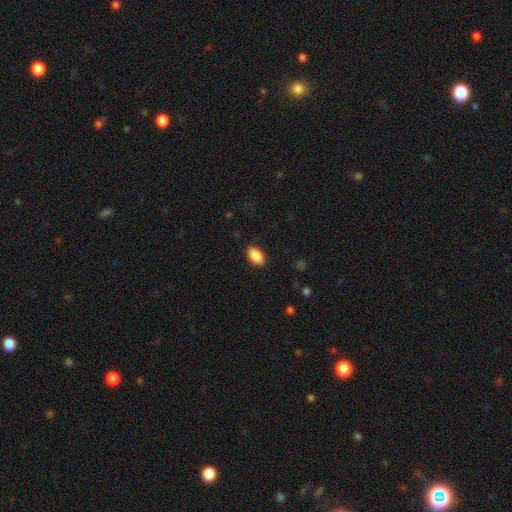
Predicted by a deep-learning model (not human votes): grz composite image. It shows a smooth galaxy with no disk features (89%) that is in between round and cigar-shaped (93%). Merging: none (88%).